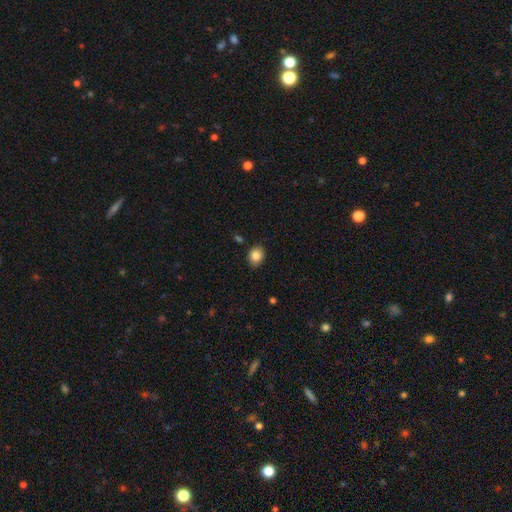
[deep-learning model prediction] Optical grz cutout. It shows a smooth galaxy with no disk features (83%) that is in between round and cigar-shaped (54%). Merging: none (84%).